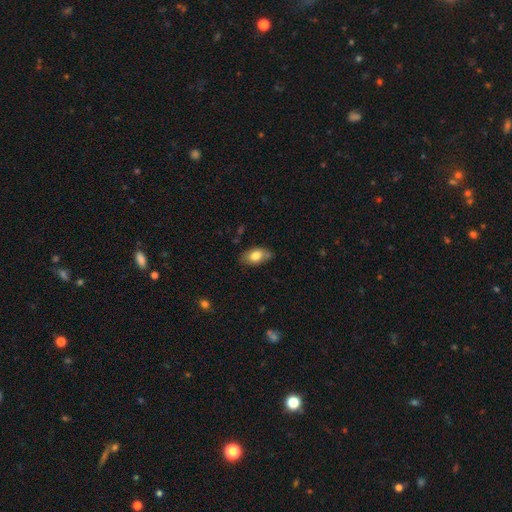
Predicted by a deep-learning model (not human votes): Smooth or featured? Predicted: smooth (p=0.79). How rounded? Predicted: in between (p=0.90). Merging? Predicted: none (p=0.68).